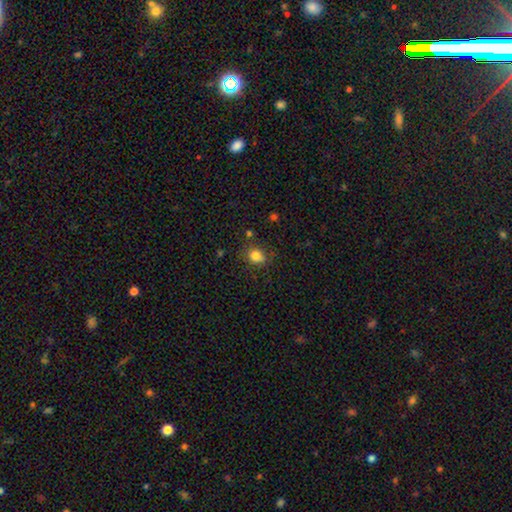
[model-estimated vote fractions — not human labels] A smooth galaxy with no disk features (82%) that is round (59%).

Vote fractions:
- Smooth or featured? smooth: 82% / star or artifact: 11% / featured or disk: 7%
- How rounded? round: 59% / in between: 40% / cigar-shaped: 1%
- Merging? none: 77% / minor disturbance: 16% / major disturbance: 4% / merger: 4%